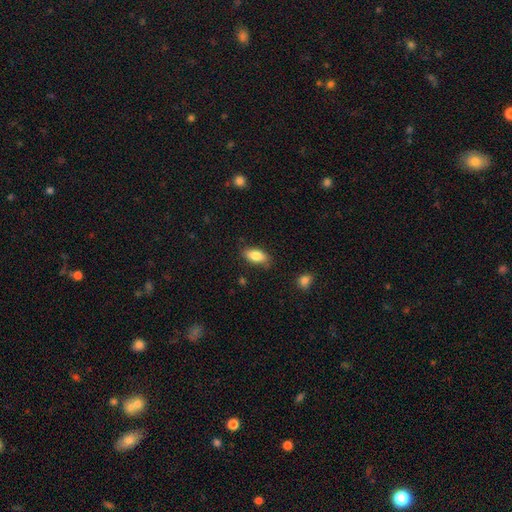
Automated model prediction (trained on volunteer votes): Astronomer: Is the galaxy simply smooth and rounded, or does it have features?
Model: smooth — 84%.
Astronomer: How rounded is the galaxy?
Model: in between — 88%.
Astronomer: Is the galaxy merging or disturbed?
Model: none — 80%.